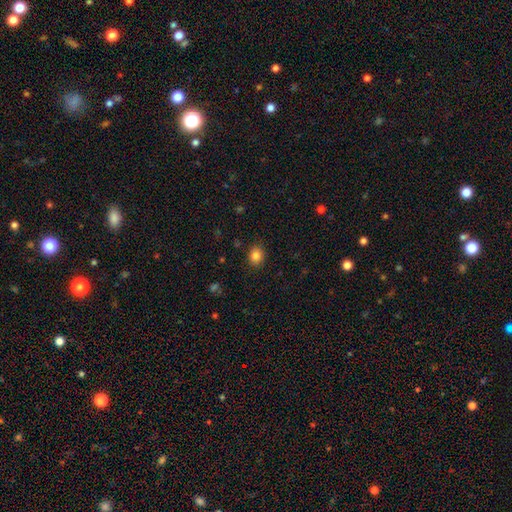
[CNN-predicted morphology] Smooth or featured? smooth (85%)
How rounded? round (62%)
Merging? none (88%)